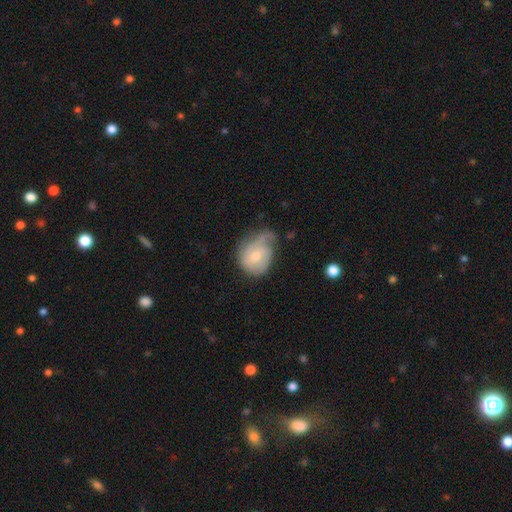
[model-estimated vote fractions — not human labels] Smooth or featured? Predicted: featured or disk (p=0.52). Edge-on disk? Predicted: no (p=0.97). Bar? Predicted: no (p=0.62). Spiral arms? Predicted: yes (p=0.77). Bulge size? Predicted: small (p=0.48). Merging? Predicted: minor disturbance (p=0.38).